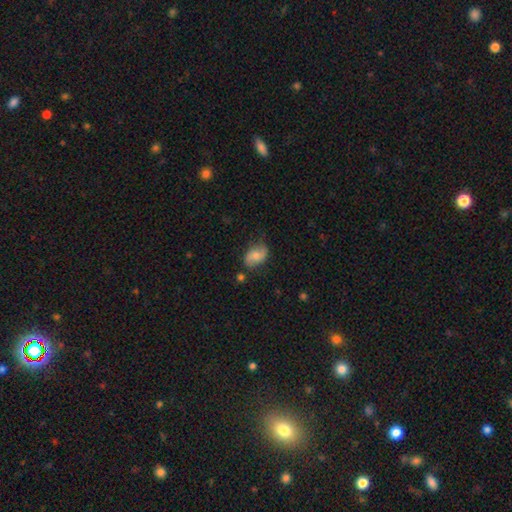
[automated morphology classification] Smooth or featured: smooth — 59% (featured or disk — 33%)
How rounded: in between — 85% (round — 13%)
Merging: none — 68% (minor disturbance — 23%)